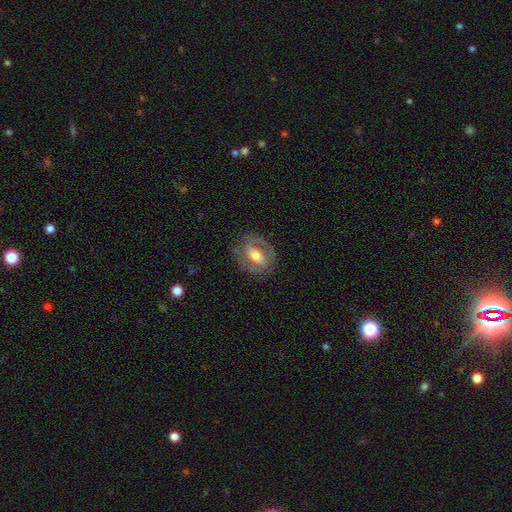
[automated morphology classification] The model was most divided on "bar": strong: 41%, weak: 35%, no: 24%. More confident: edge-on disk — no (93%); merging — none (78%); smooth or featured — featured or disk (68%); spiral arms — yes (67%); bulge size — moderate (66%).